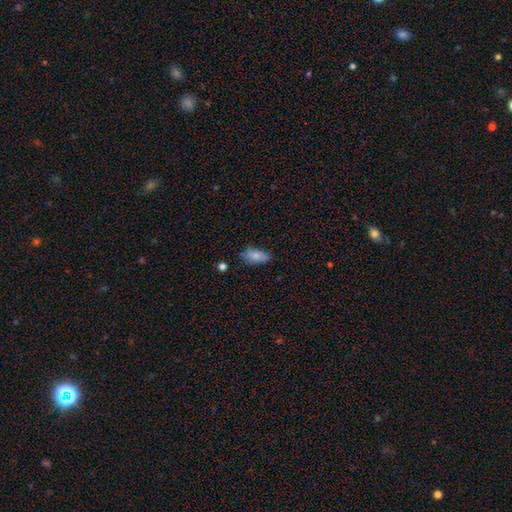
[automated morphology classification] Smooth or featured? smooth (79%)
How rounded? in between (88%)
Merging? none (71%)